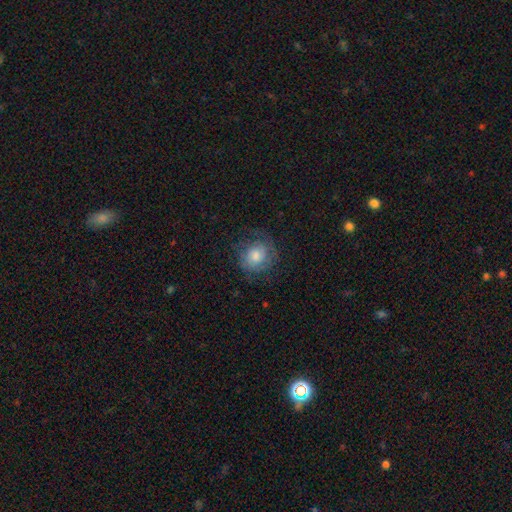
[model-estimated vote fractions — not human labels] This is possibly a smooth galaxy (56%). How rounded: clearly round (83%). Merging: likely none (70%).